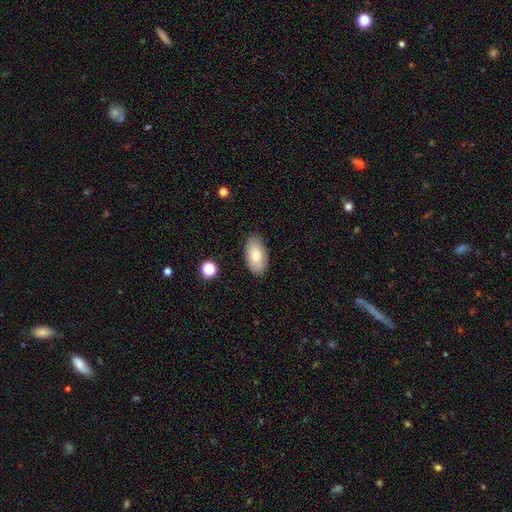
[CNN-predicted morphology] A smooth galaxy with no disk features (80%) that is in between round and cigar-shaped (95%).

Vote fractions:
- Smooth or featured? smooth: 80% / featured or disk: 13% / star or artifact: 6%
- How rounded? in between: 95% / round: 3% / cigar-shaped: 3%
- Merging? none: 86% / minor disturbance: 10% / major disturbance: 2% / merger: 1%